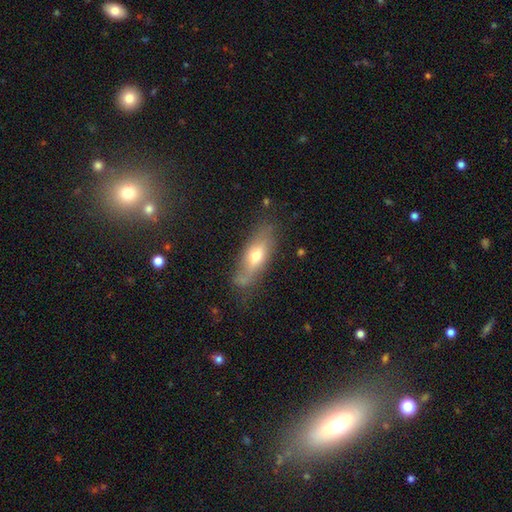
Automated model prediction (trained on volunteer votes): This is possibly a smooth galaxy (54%). How rounded: likely in between (60%). Merging: likely none (68%).